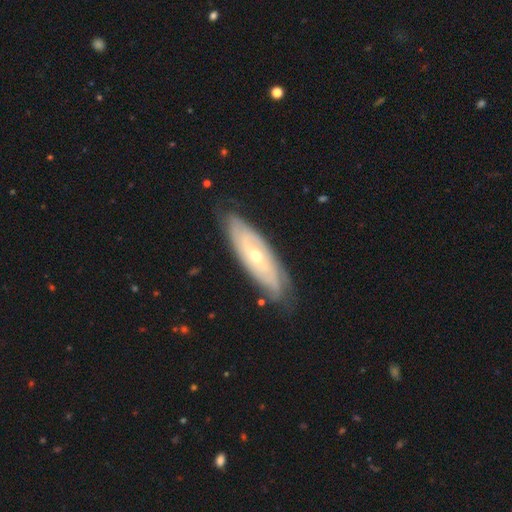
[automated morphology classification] Smooth or featured? Predicted: featured or disk (p=0.76). Edge-on disk? Predicted: no (p=0.78). Bar? Predicted: no (p=0.71). Spiral arms? Predicted: yes (p=0.86). Spiral winding? Predicted: tight (p=0.69). Spiral arm count? Predicted: can't tell (p=0.53). Bulge size? Predicted: small (p=0.54). Merging? Predicted: none (p=0.79).